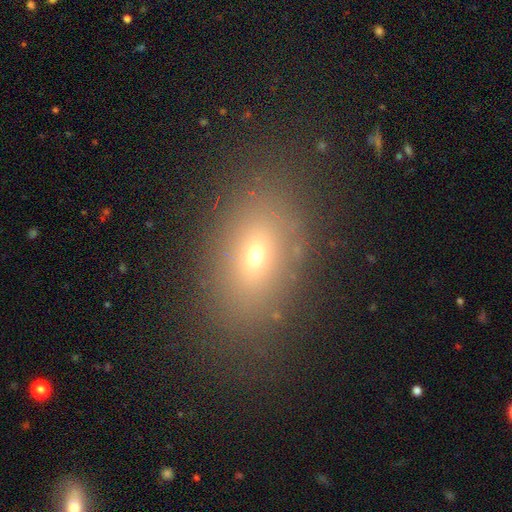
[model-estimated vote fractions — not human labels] This appears to be a smooth galaxy with no disk features (64%) that is in between round and cigar-shaped (80%). Merging: none (81%).